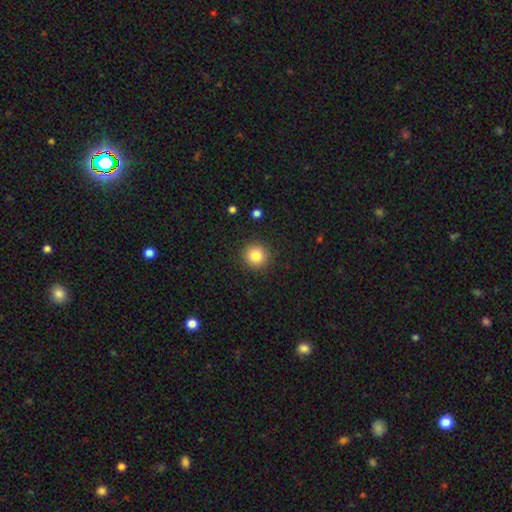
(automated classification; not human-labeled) smooth 84%, star or artifact 10%, featured or disk 6%. Down the decision tree: how rounded — round (92%); merging — none (90%).